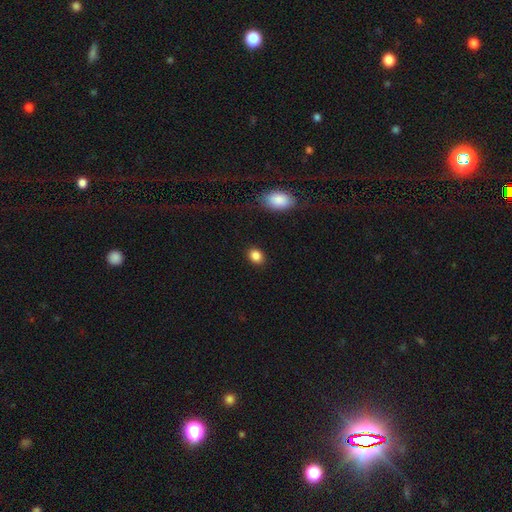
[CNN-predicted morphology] A smooth galaxy with no disk features (87%) that is in between round and cigar-shaped (54%).

Vote fractions:
- Smooth or featured? smooth: 87% / star or artifact: 10% / featured or disk: 4%
- How rounded? in between: 54% / round: 45% / cigar-shaped: 1%
- Merging? none: 88% / minor disturbance: 8% / major disturbance: 2% / merger: 2%